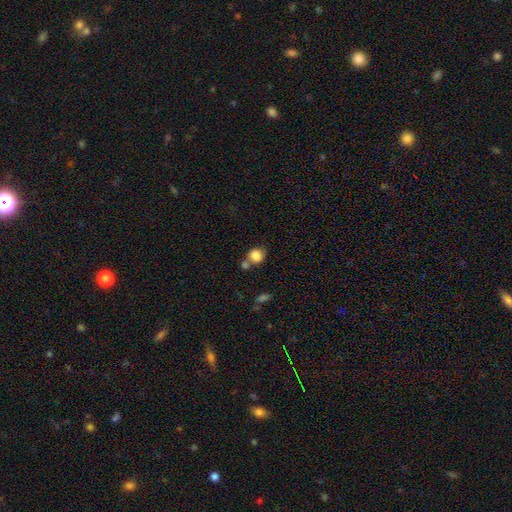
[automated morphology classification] type=smooth (84%); roundness=round (72%); merging=none (47%).